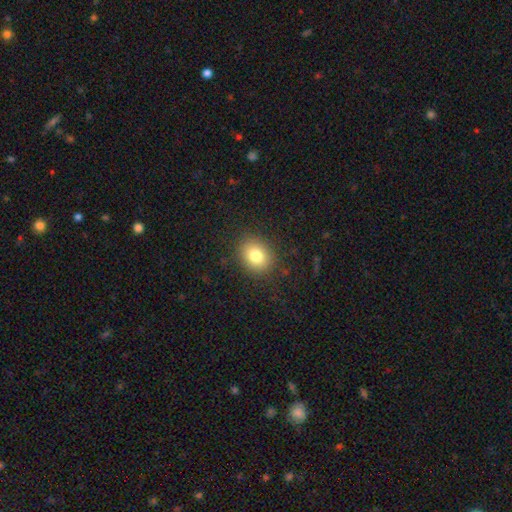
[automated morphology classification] A smooth galaxy with no disk features (80%) that is round (55%).

Vote fractions:
- Smooth or featured? smooth: 80% / star or artifact: 11% / featured or disk: 9%
- How rounded? round: 55% / in between: 44% / cigar-shaped: 1%
- Merging? none: 87% / minor disturbance: 8% / major disturbance: 3% / merger: 1%